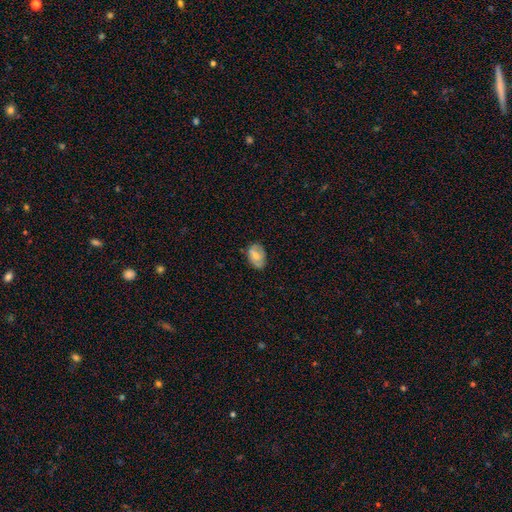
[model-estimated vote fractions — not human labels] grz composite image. It shows a smooth galaxy with no disk features (61%) that is in between round and cigar-shaped (82%). Merging: none (73%).